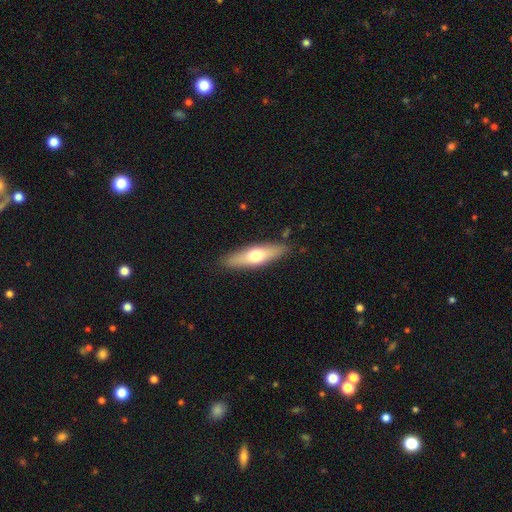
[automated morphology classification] Q: Smooth or featured?
A: smooth (57%); runner-up: featured or disk (37%)
Q: How rounded?
A: cigar-shaped (63%); runner-up: in between (35%)
Q: Merging?
A: none (86%); runner-up: minor disturbance (10%)